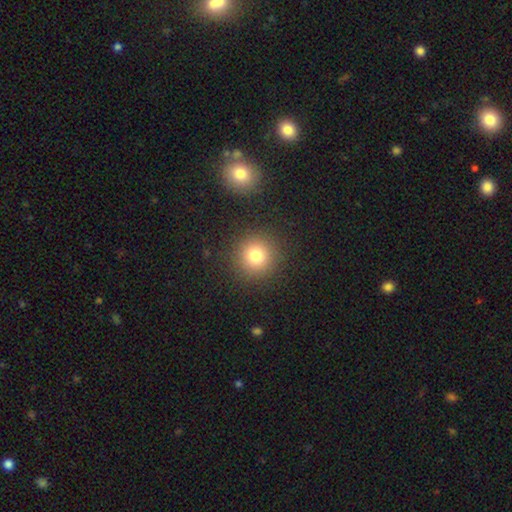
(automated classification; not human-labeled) Q: Smooth or featured?
A: smooth (78%); runner-up: star or artifact (14%)
Q: How rounded?
A: round (94%); runner-up: in between (5%)
Q: Merging?
A: none (89%); runner-up: minor disturbance (6%)